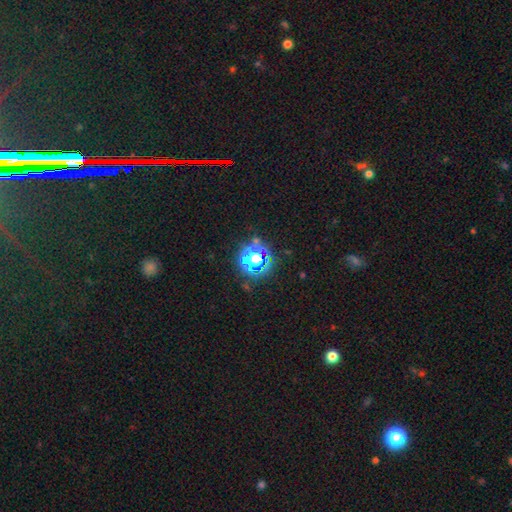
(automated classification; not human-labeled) Smooth or featured: star or artifact — 77% (smooth — 16%)